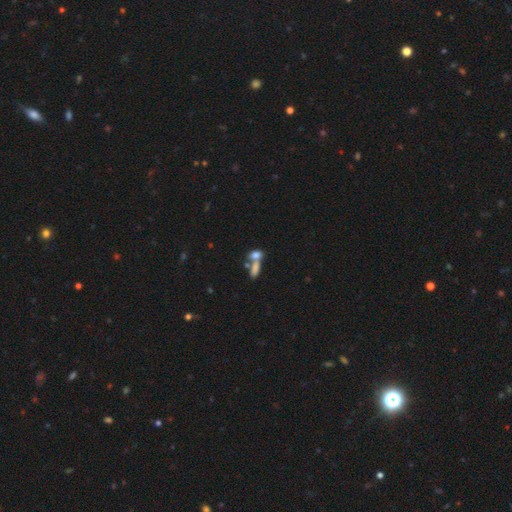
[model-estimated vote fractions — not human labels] smooth-or-featured: smooth: 73% | featured or disk: 16% | star or artifact: 11%
  how-rounded: in between: 75% | cigar-shaped: 14% | round: 11%
  merging: merger: 60% | none: 27% | minor disturbance: 7% | major disturbance: 5%